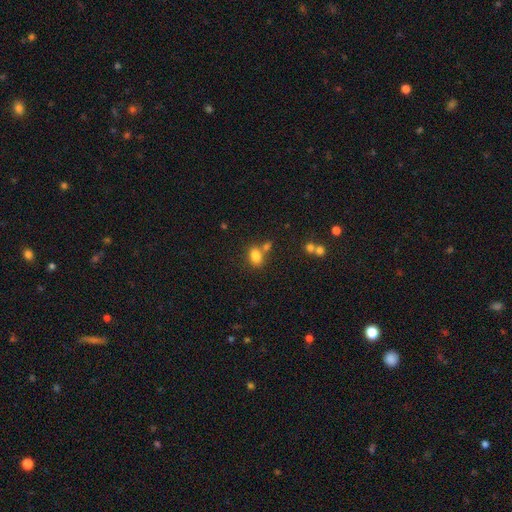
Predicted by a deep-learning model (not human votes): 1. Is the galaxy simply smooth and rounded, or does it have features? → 82% smooth, 11% star or artifact, 8% featured or disk.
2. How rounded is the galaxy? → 79% in between, 19% round, 2% cigar-shaped.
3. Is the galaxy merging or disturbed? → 58% none, 25% merger, 13% minor disturbance, 4% major disturbance.